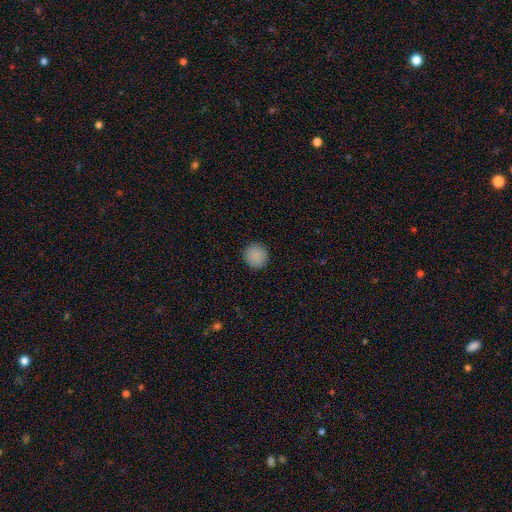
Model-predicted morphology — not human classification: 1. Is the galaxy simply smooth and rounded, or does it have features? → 88% smooth, 8% star or artifact, 3% featured or disk.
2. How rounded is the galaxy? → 93% round, 6% in between, 1% cigar-shaped.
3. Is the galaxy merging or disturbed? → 91% none, 6% minor disturbance, 2% major disturbance, 1% merger.